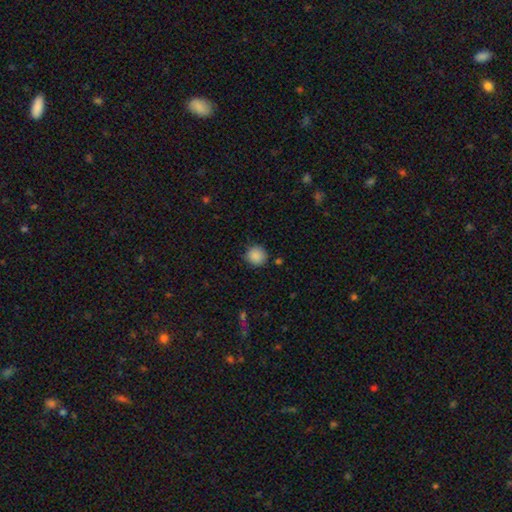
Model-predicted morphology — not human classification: This appears to be a smooth galaxy with no disk features (88%) that is round (91%). Merging: none (86%).